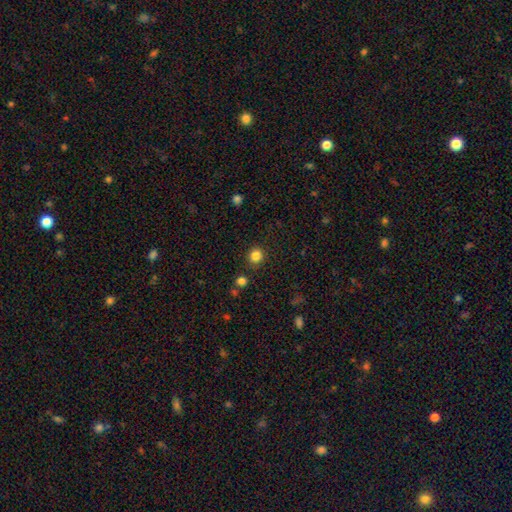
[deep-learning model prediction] This appears to be a smooth galaxy with no disk features (84%) that is round (87%). Merging: none (87%).